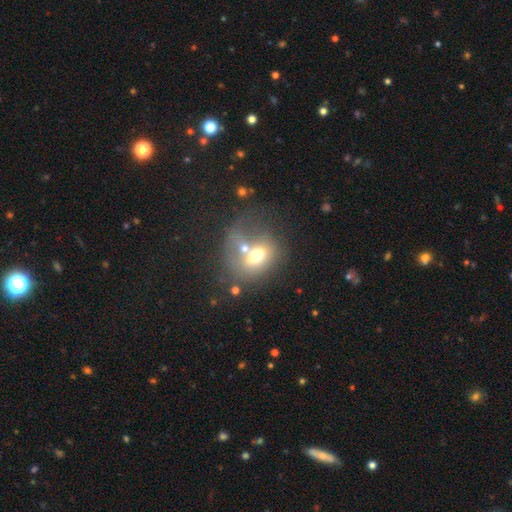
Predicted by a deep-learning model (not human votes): Morphology: type=smooth (58%); roundness=in between (68%); merging=merger (48%).